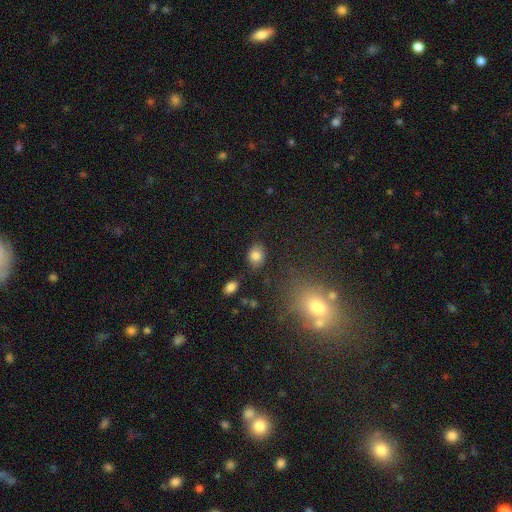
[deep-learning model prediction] Morphology: type=smooth (83%); roundness=in between (57%); merging=none (81%).